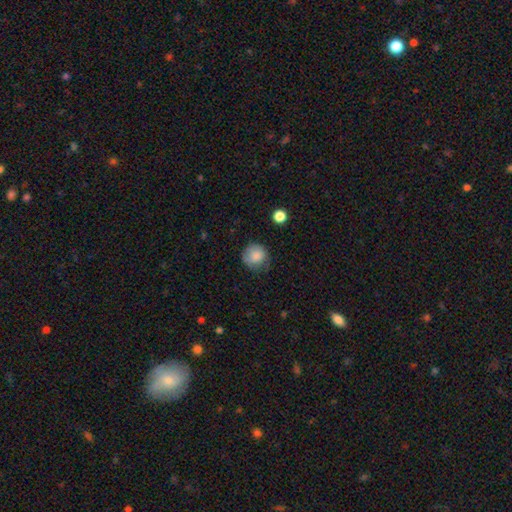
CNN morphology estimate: Smooth or featured? smooth (84%)
How rounded? round (89%)
Merging? none (70%)